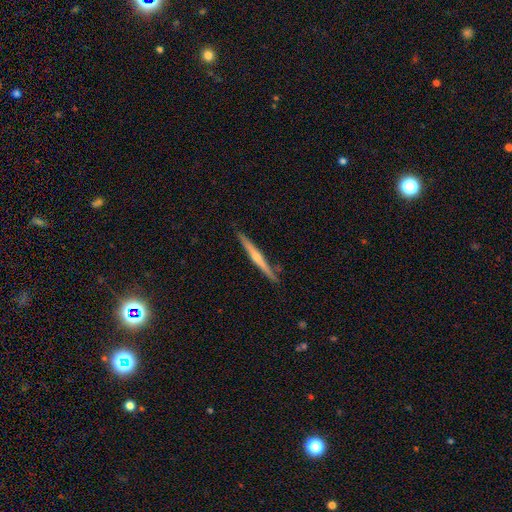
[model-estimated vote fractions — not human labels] Smooth or featured: featured or disk — 70% (smooth — 23%)
Edge-on disk: yes — 98% (no — 2%)
Edge-on bulge: rounded — 70% (none — 25%)
Merging: none — 89% (minor disturbance — 8%)